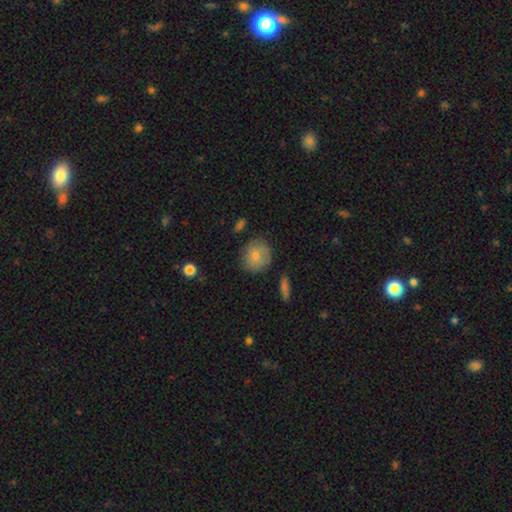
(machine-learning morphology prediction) Q: Smooth or featured?
A: smooth (74%); runner-up: featured or disk (17%)
Q: How rounded?
A: round (84%); runner-up: in between (15%)
Q: Merging?
A: none (80%); runner-up: minor disturbance (14%)